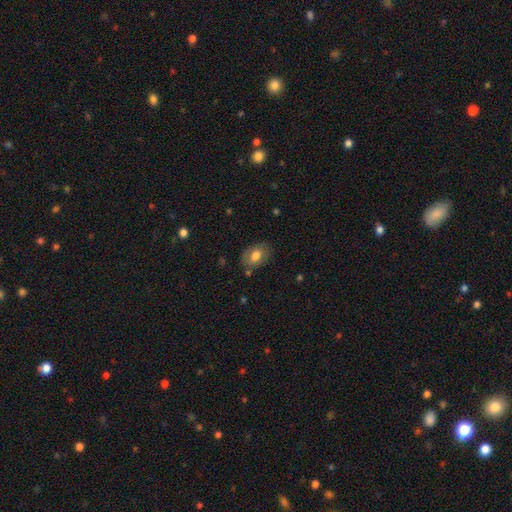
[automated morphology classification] Smooth or featured?
  - smooth: 70% *
  - featured or disk: 22%
  - star or artifact: 8%
How rounded?
  - in between: 82% *
  - round: 17%
  - cigar-shaped: 1%
Merging?
  - none: 76% *
  - minor disturbance: 16%
  - major disturbance: 5%
  - merger: 3%